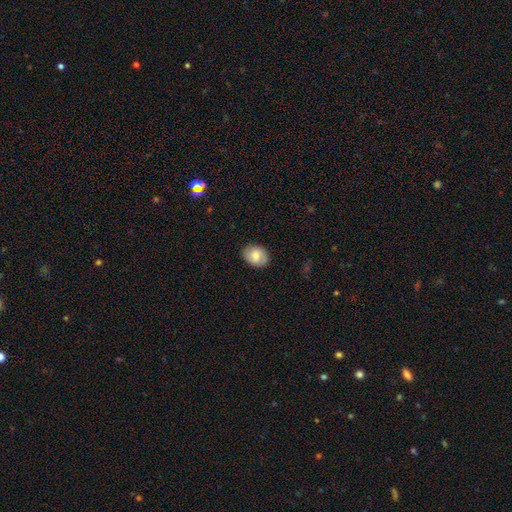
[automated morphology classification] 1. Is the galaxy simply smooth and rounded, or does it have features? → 75% smooth, 17% featured or disk, 7% star or artifact.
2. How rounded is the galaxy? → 64% in between, 35% round, 1% cigar-shaped.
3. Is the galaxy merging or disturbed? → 86% none, 10% minor disturbance, 2% major disturbance, 1% merger.